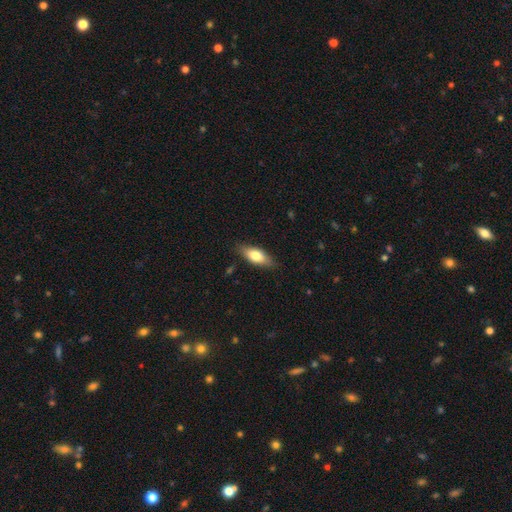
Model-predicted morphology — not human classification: type=smooth (73%); roundness=in between (75%); merging=none (83%).